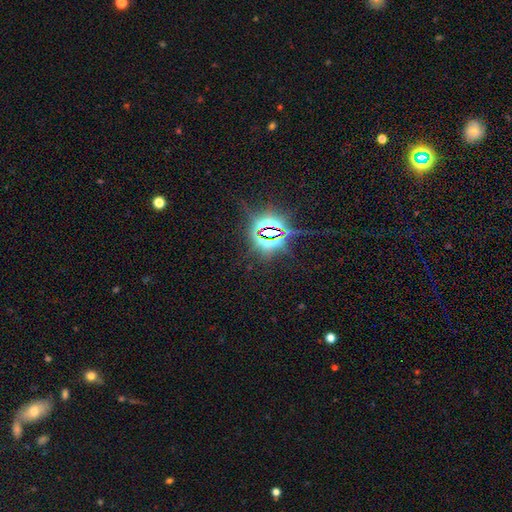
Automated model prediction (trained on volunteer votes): smooth_or_featured: star or artifact (p=0.86) [alt: smooth p=0.07]